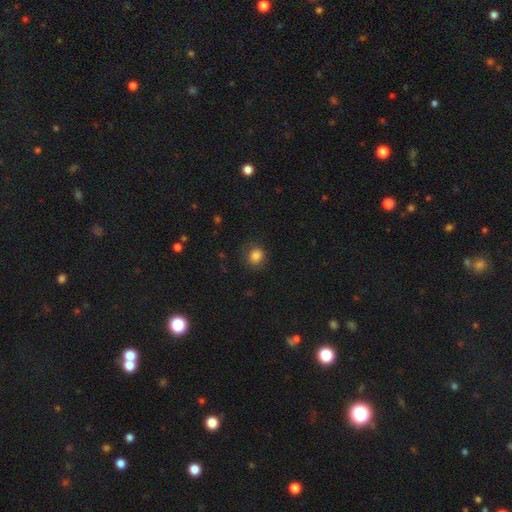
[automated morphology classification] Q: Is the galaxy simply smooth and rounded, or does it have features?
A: smooth — 83%.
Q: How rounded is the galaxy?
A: round — 76%.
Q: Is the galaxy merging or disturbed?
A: none — 79%.